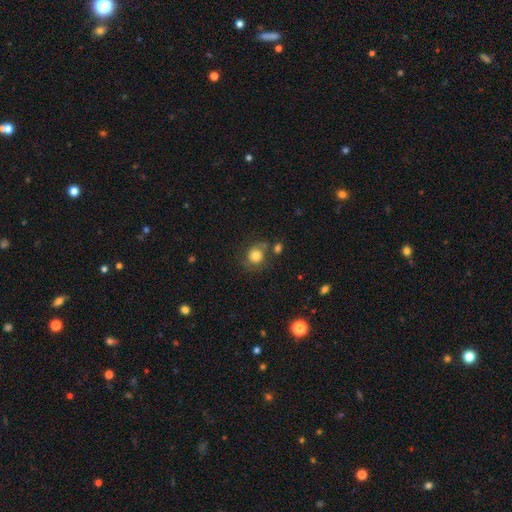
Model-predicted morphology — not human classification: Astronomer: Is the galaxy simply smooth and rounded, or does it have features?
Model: smooth — 74%.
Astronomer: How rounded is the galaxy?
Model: round — 82%.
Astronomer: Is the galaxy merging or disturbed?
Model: none — 60%.